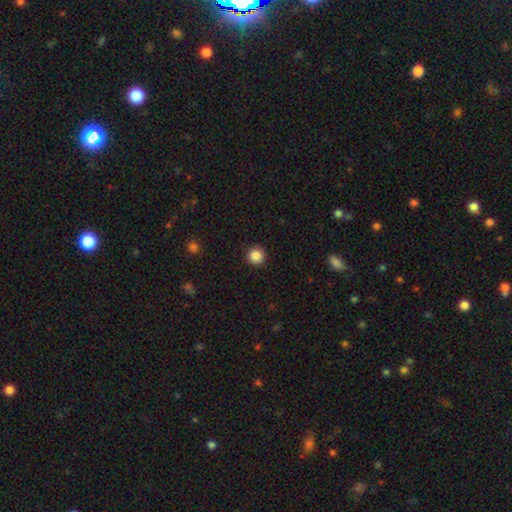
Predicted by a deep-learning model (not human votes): smooth 86%, star or artifact 10%, featured or disk 4%. Down the decision tree: how rounded — round (96%); merging — none (93%).